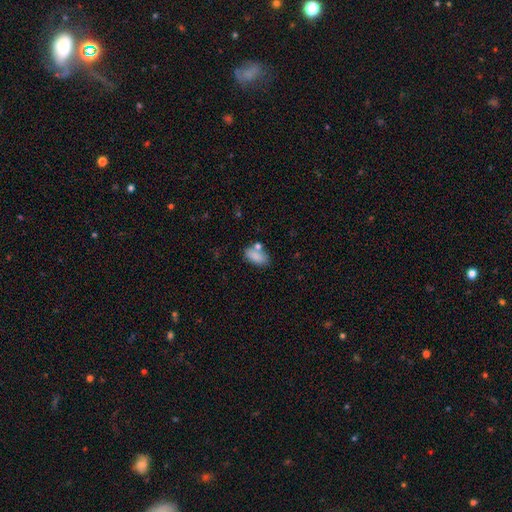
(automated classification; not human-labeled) The model was most divided on "merging": none: 58%, merger: 19%, minor disturbance: 17%, major disturbance: 5%. More confident: how rounded — in between (89%); smooth or featured — smooth (83%).